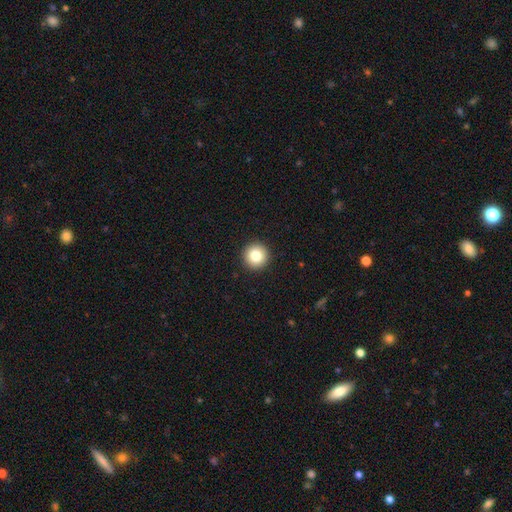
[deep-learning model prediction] This is clearly a smooth galaxy (82%). How rounded: clearly round (96%). Merging: clearly none (94%).